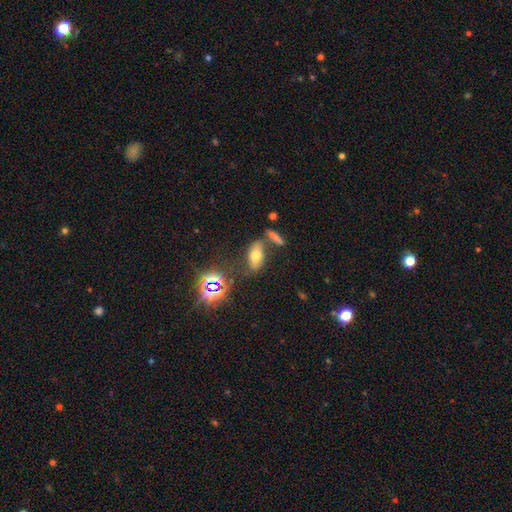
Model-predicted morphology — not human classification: Smooth or featured? Predicted: smooth (p=0.61). How rounded? Predicted: in between (p=0.82). Merging? Predicted: none (p=0.64).